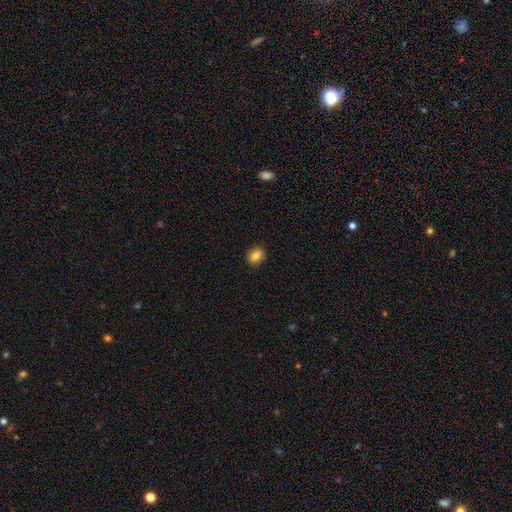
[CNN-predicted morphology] type=smooth (85%); roundness=round (51%); merging=none (90%).